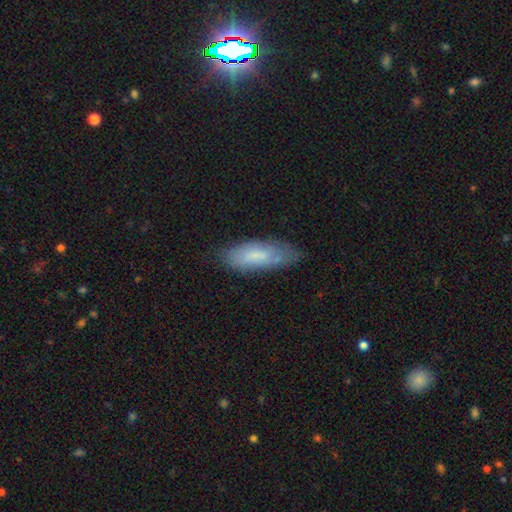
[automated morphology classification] Smooth or featured?
  - smooth: 67% *
  - featured or disk: 26%
  - star or artifact: 7%
How rounded?
  - in between: 65% *
  - cigar-shaped: 34%
  - round: 2%
Merging?
  - none: 70% *
  - minor disturbance: 23%
  - major disturbance: 5%
  - merger: 2%